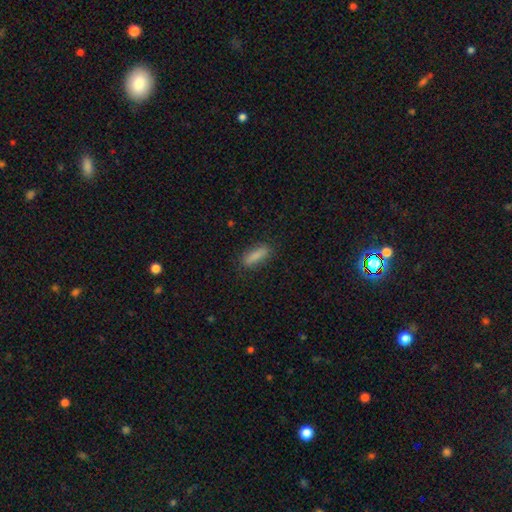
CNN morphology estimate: Overall: smooth (85%). How rounded: cigar-shaped (54%; in between 44%). Merging: none (85%).